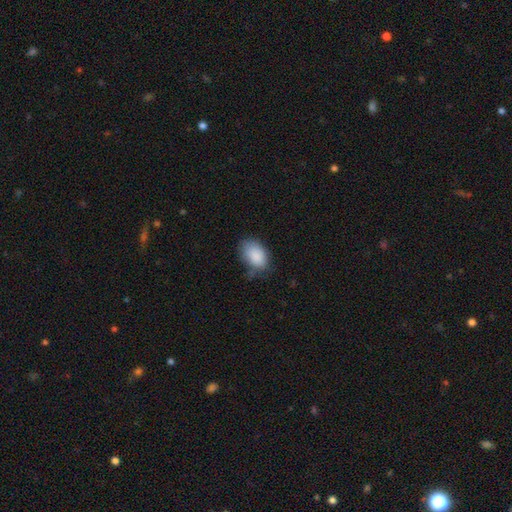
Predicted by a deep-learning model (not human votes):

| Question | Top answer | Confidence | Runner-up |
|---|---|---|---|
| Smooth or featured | smooth | 87% | star or artifact (7%) |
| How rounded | in between | 86% | round (13%) |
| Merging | none | 61% | minor disturbance (29%) |